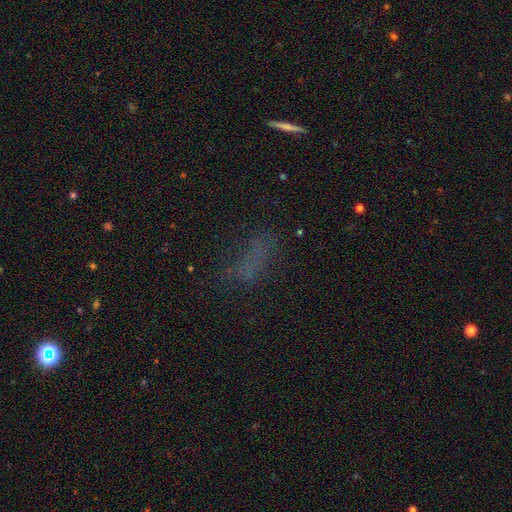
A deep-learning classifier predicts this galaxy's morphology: A smooth galaxy with no disk features (49%).

Vote fractions:
- Smooth or featured? smooth: 49% / star or artifact: 32% / featured or disk: 19%
- Merging? none: 54% / minor disturbance: 21% / major disturbance: 21% / merger: 5%